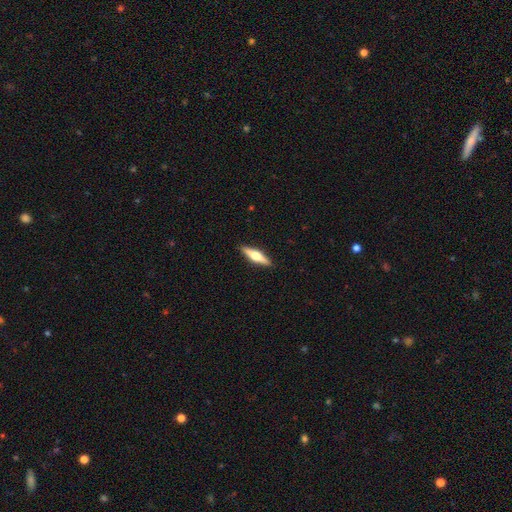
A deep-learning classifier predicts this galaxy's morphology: featured or disk 55%, smooth 39%, star or artifact 5%. Down the decision tree: edge-on disk — yes (96%); edge-on bulge — rounded (92%); merging — none (91%).